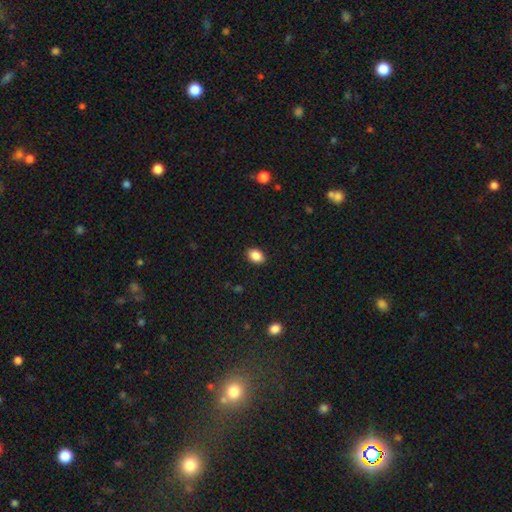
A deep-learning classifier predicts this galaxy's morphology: Overall: smooth (88%). How rounded: in between (79%). Merging: none (89%).